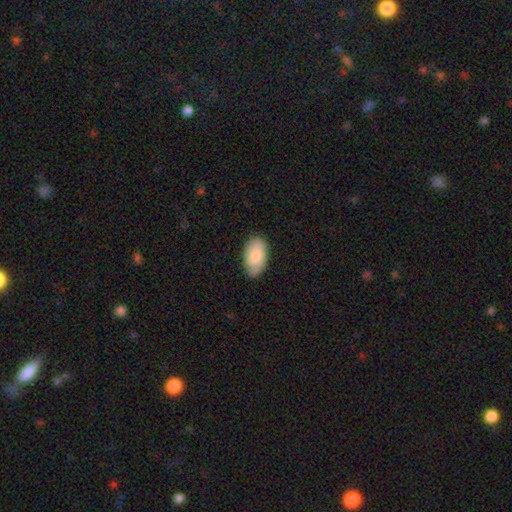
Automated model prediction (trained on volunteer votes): This is clearly a smooth galaxy (80%). How rounded: clearly in between (95%). Merging: likely none (75%).